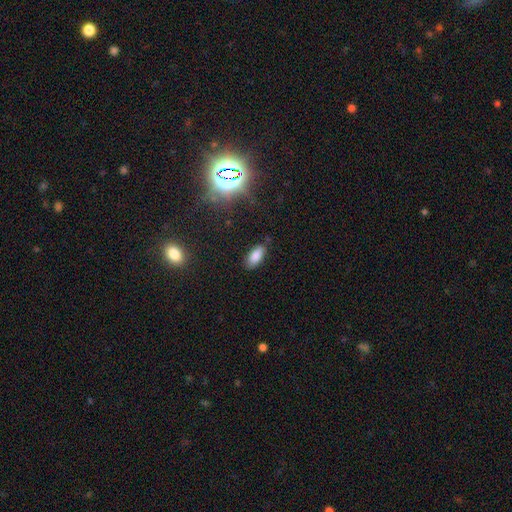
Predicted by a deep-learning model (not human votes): smooth_or_featured: smooth (p=0.83) [alt: star or artifact p=0.11]
how_rounded: in between (p=0.88) [alt: cigar-shaped p=0.10]
merging: none (p=0.81) [alt: minor disturbance p=0.14]